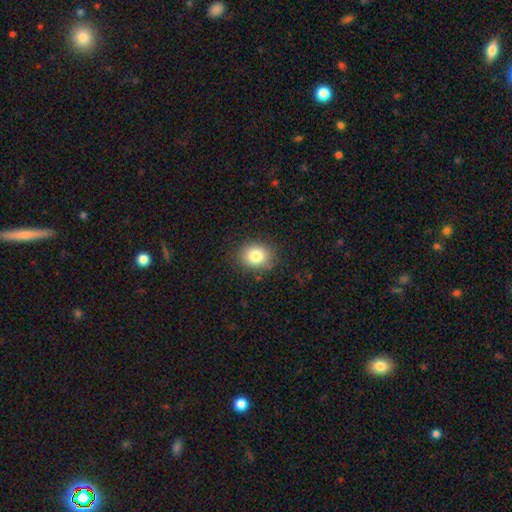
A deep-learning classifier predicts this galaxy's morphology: type=smooth (82%); roundness=round (58%); merging=none (87%).